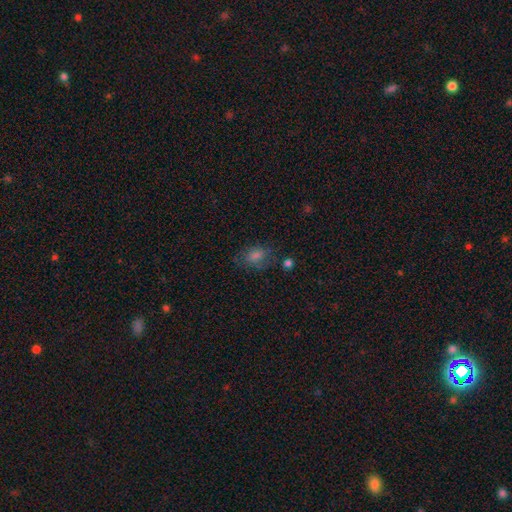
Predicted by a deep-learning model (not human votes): This is likely a smooth galaxy (62%). How rounded: likely in between (73%). Merging: likely none (68%).